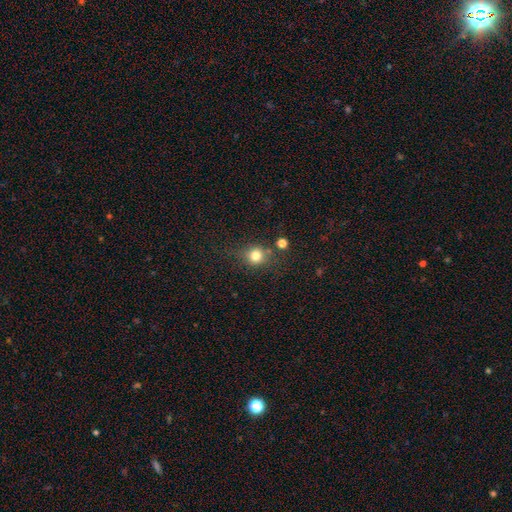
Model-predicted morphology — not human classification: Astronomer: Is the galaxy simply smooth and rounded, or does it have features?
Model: smooth — 78%.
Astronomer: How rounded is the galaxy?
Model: round — 86%.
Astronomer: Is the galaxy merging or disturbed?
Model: none — 71%.